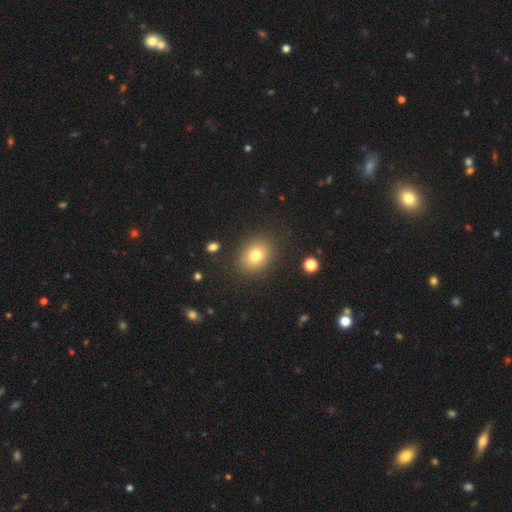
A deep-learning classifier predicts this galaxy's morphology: smooth_or_featured: smooth (p=0.78) [alt: star or artifact p=0.11]
how_rounded: in between (p=0.54) [alt: round p=0.45]
merging: none (p=0.86) [alt: minor disturbance p=0.09]